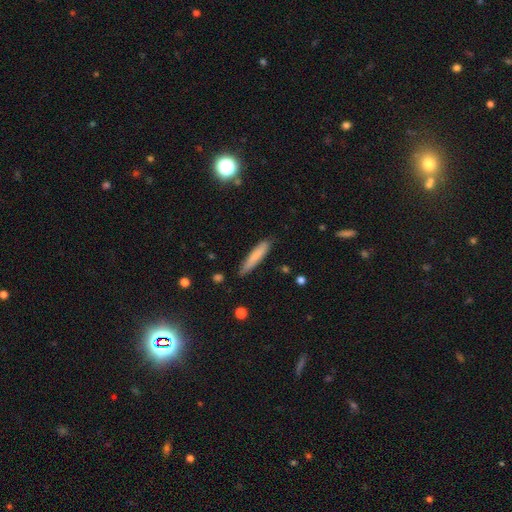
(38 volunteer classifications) Q: Smooth or featured?
A: smooth (74%); runner-up: featured or disk (16%)
Q: How rounded?
A: cigar-shaped (96%); runner-up: round (4%)
Q: Merging?
A: none (82%); runner-up: minor disturbance (12%)